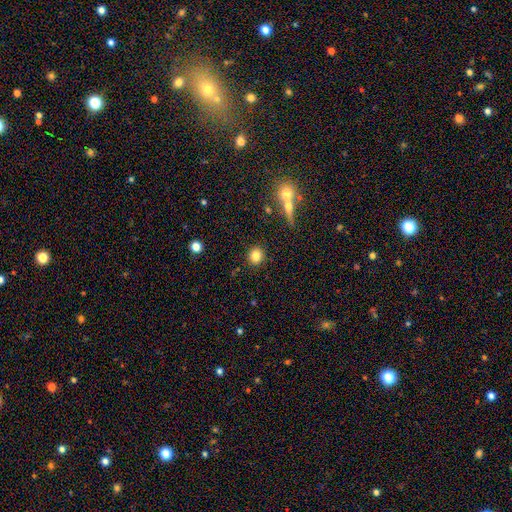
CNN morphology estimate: type=smooth (82%); roundness=round (86%); merging=none (88%).